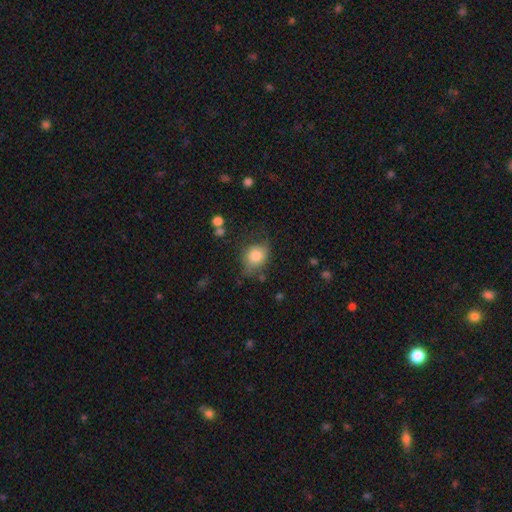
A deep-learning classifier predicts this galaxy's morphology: smooth_or_featured: smooth (p=0.81) [alt: featured or disk p=0.11]
how_rounded: round (p=0.59) [alt: in between p=0.40]
merging: none (p=0.58) [alt: minor disturbance p=0.28]